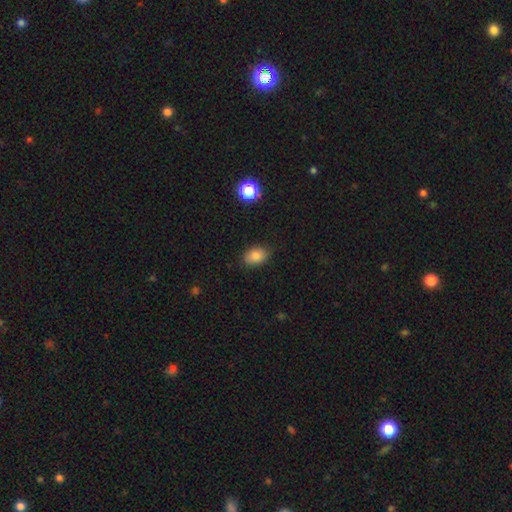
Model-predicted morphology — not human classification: A smooth galaxy with no disk features (84%) that is in between round and cigar-shaped (83%).

Vote fractions:
- Smooth or featured? smooth: 84% / star or artifact: 10% / featured or disk: 6%
- How rounded? in between: 83% / round: 16% / cigar-shaped: 1%
- Merging? none: 84% / minor disturbance: 13% / major disturbance: 3% / merger: 1%